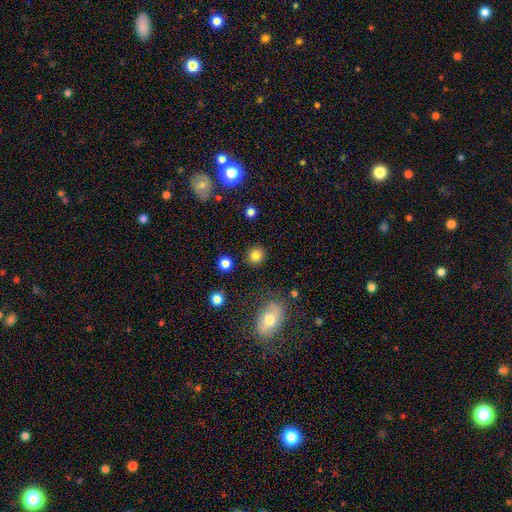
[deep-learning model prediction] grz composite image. It shows a smooth galaxy with no disk features (82%) that is round (90%). Merging: none (88%).